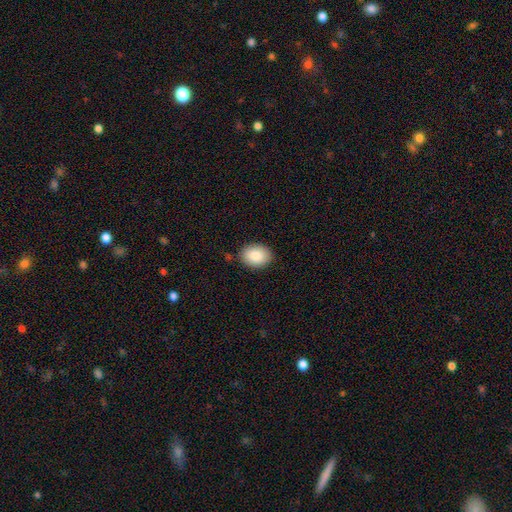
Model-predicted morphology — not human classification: The model was most divided on "how rounded": in between: 63%, round: 36%, cigar-shaped: 1%. More confident: smooth or featured — smooth (87%); merging — none (86%).